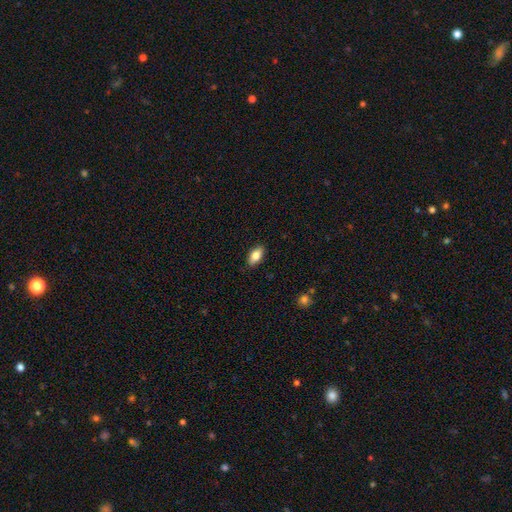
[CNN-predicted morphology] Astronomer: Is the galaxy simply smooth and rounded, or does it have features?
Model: smooth — 83%.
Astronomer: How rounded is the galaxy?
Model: in between — 90%.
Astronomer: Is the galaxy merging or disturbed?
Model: none — 88%.